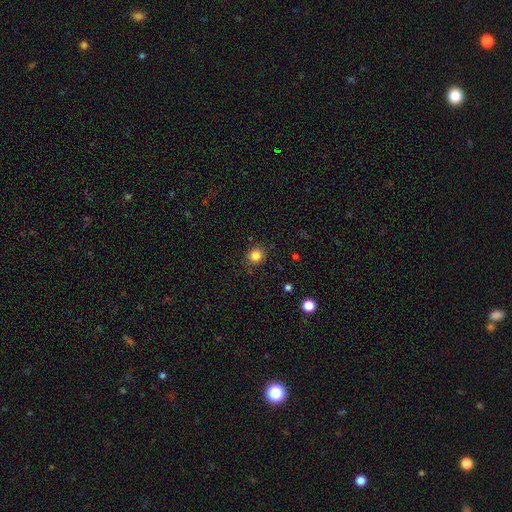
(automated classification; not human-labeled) Overall: smooth (84%). How rounded: round (83%). Merging: none (85%).